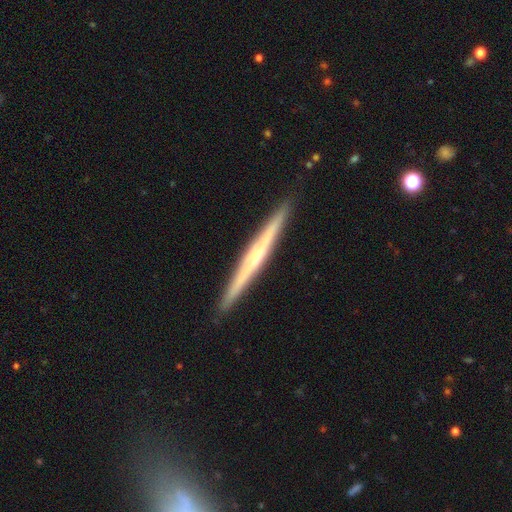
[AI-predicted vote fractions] The model was most divided on "edge-on bulge": rounded: 59%, none: 33%, boxy: 7%. More confident: edge-on disk — yes (98%); merging — none (92%); smooth or featured — featured or disk (72%).